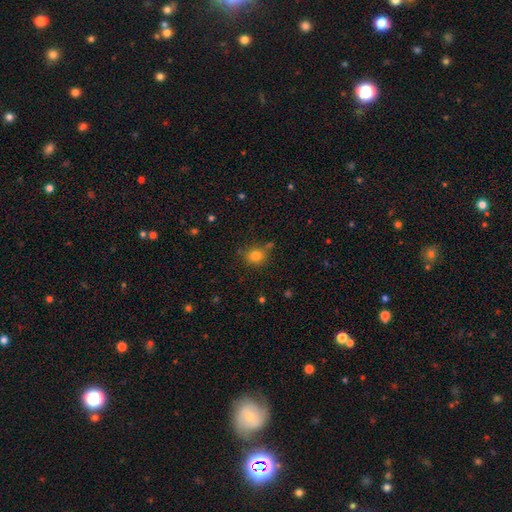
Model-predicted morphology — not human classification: Smooth or featured?
  - smooth: 80% *
  - star or artifact: 13%
  - featured or disk: 7%
How rounded?
  - round: 77% *
  - in between: 22%
  - cigar-shaped: 1%
Merging?
  - none: 73% *
  - minor disturbance: 15%
  - merger: 8%
  - major disturbance: 4%